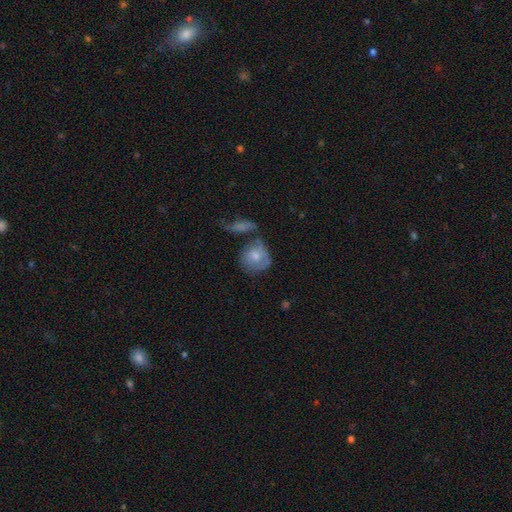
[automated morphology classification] A smooth galaxy with no disk features (60%) that is round (68%).

Vote fractions:
- Smooth or featured? smooth: 60% / featured or disk: 33% / star or artifact: 7%
- How rounded? round: 68% / in between: 30% / cigar-shaped: 2%
- Merging? none: 35% / minor disturbance: 24% / merger: 23% / major disturbance: 18%